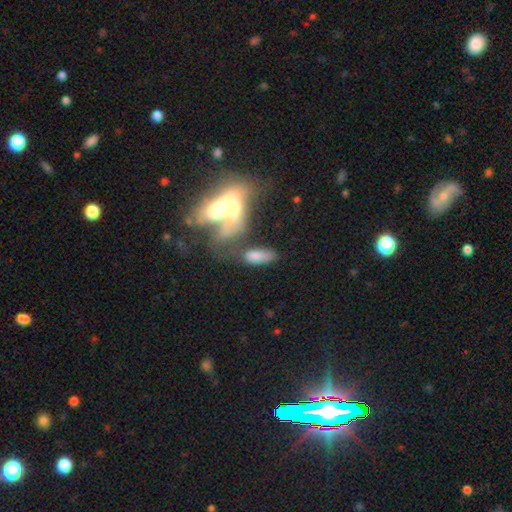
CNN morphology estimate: smooth_or_featured: smooth (p=0.64) [alt: featured or disk p=0.26]
how_rounded: in between (p=0.77) [alt: cigar-shaped p=0.19]
merging: merger (p=0.45) [alt: none p=0.30]